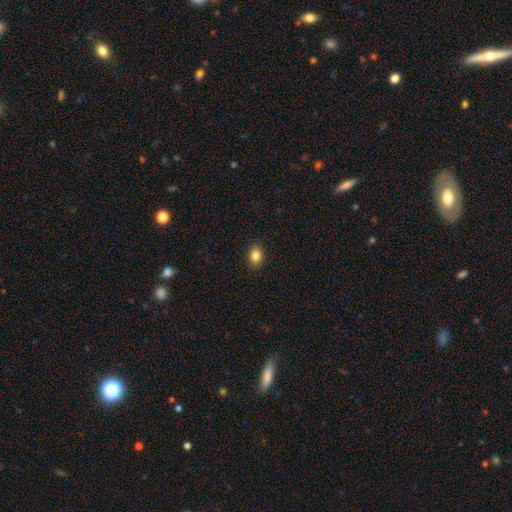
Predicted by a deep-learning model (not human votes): smooth 85%, star or artifact 9%, featured or disk 5%. Down the decision tree: how rounded — in between (72%); merging — none (89%).